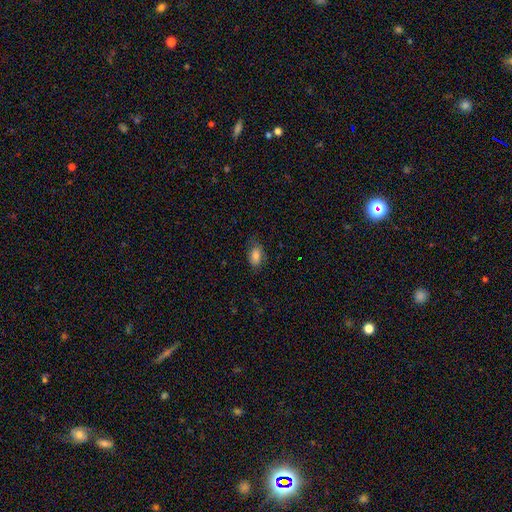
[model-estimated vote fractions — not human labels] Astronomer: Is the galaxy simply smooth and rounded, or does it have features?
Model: smooth — 80%.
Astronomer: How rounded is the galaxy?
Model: in between — 88%.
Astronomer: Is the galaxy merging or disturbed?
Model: none — 67%.